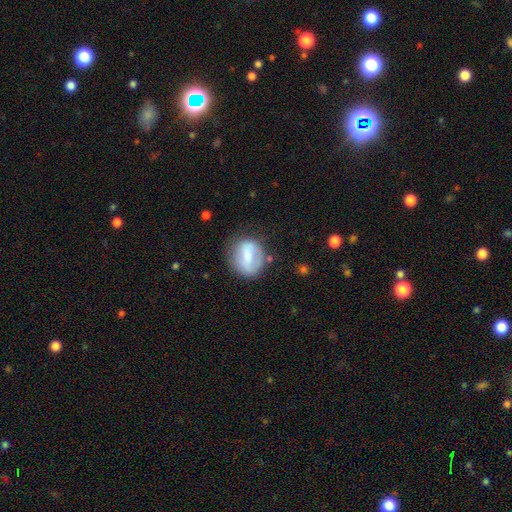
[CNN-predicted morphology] This is possibly a smooth galaxy (58%). How rounded: likely round (63%). Merging: likely none (65%).